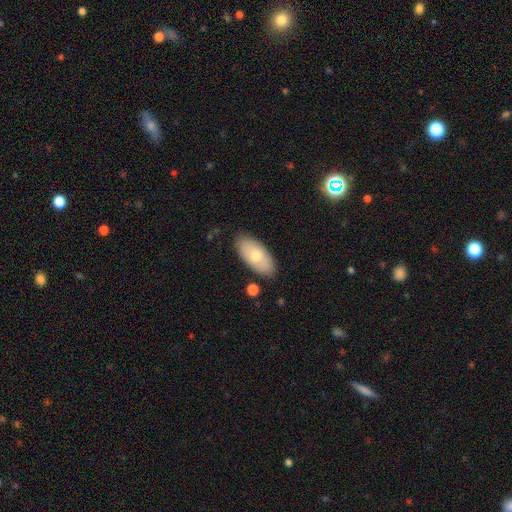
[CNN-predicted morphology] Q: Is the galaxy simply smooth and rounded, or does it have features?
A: smooth — 70%.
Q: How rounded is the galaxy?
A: in between — 93%.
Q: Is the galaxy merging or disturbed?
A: none — 83%.